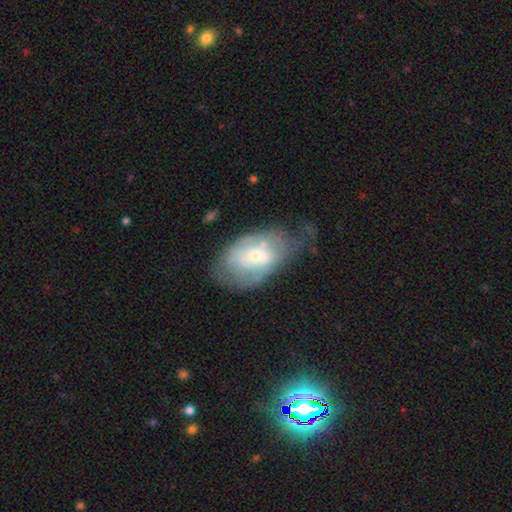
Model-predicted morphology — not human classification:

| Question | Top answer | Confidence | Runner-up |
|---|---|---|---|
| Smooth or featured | featured or disk | 56% | smooth (37%) |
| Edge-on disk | no | 94% | yes (6%) |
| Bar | no | 60% | weak (31%) |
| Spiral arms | no | 53% | yes (47%) |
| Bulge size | small | 53% | moderate (40%) |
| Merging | none | 35% | minor disturbance (31%) |